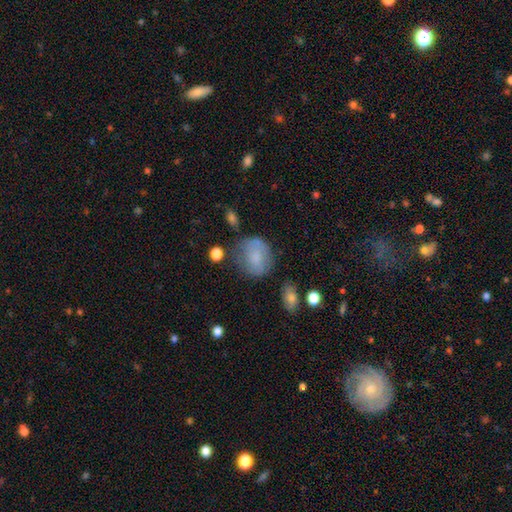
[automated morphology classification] Smooth or featured?
  - smooth: 70% *
  - featured or disk: 20%
  - star or artifact: 10%
How rounded?
  - round: 61% *
  - in between: 38%
  - cigar-shaped: 1%
Merging?
  - none: 58% *
  - minor disturbance: 26%
  - major disturbance: 12%
  - merger: 4%